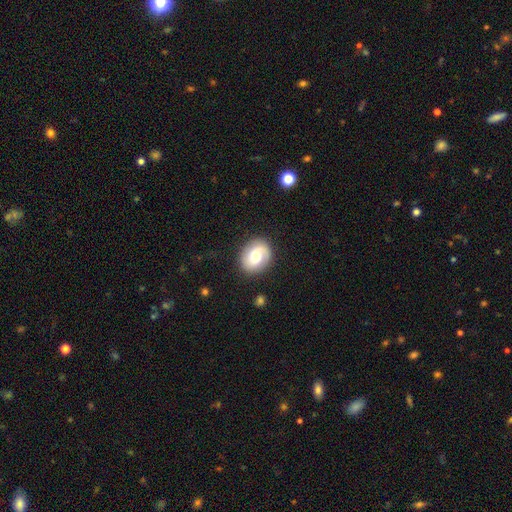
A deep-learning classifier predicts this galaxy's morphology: type=featured or disk (57%); edge-on=no (97%); bar=no (50%); spiral arms=yes (86%); bulge=moderate (66%); merging=none (82%).